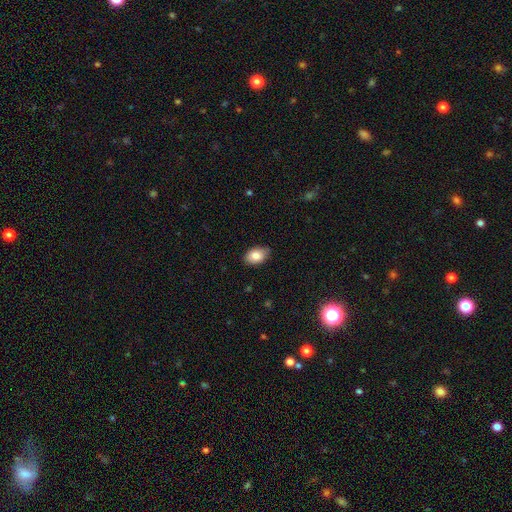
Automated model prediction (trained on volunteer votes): Smooth or featured: smooth — 85% (star or artifact — 8%)
How rounded: in between — 85% (round — 14%)
Merging: none — 80% (minor disturbance — 16%)